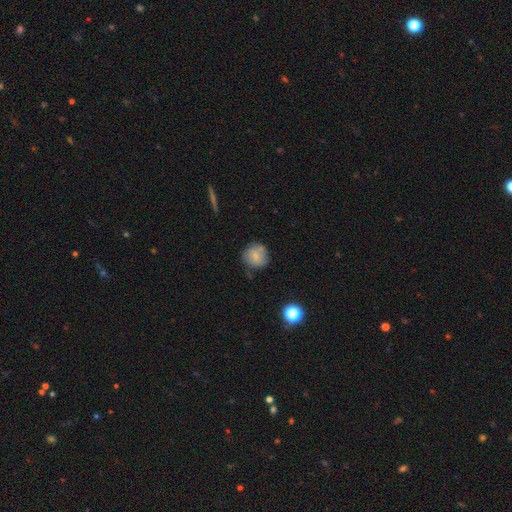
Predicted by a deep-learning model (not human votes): smooth_or_featured: smooth (p=0.75) [alt: featured or disk p=0.15]
how_rounded: round (p=0.90) [alt: in between p=0.09]
merging: none (p=0.71) [alt: minor disturbance p=0.19]